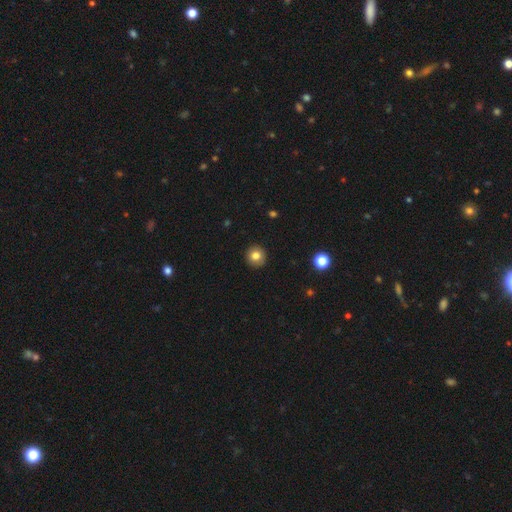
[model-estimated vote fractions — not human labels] smooth-or-featured: smooth: 82% | star or artifact: 11% | featured or disk: 8%
  how-rounded: round: 94% | in between: 5% | cigar-shaped: 1%
  merging: none: 92% | minor disturbance: 5% | major disturbance: 2% | merger: 1%